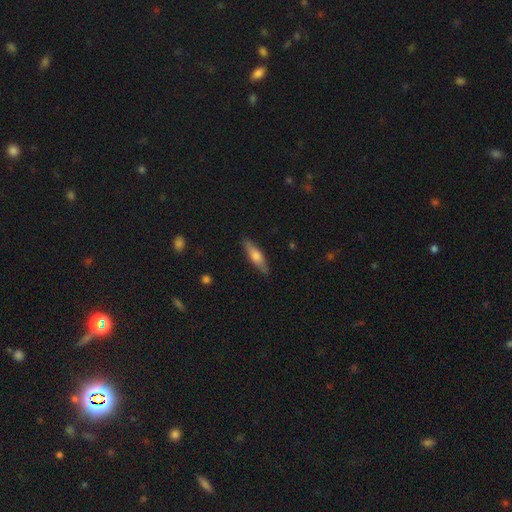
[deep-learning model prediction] Smooth or featured?
  - smooth: 56% *
  - featured or disk: 38%
  - star or artifact: 6%
How rounded?
  - cigar-shaped: 68% *
  - in between: 30%
  - round: 2%
Merging?
  - none: 86% *
  - minor disturbance: 11%
  - major disturbance: 2%
  - merger: 1%